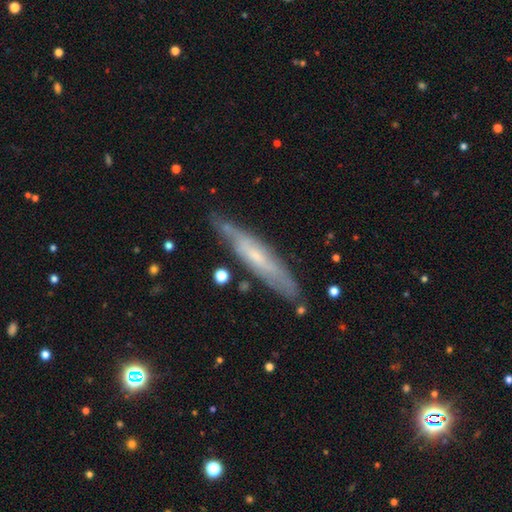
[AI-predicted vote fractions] Overall: featured or disk (60%; smooth 33%). Edge-on disk: yes (67%; no 33%). Merging: none (76%).